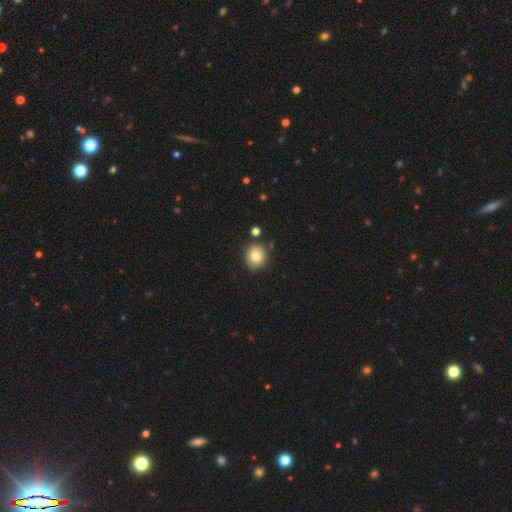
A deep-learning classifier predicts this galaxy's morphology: Smooth or featured?
  - smooth: 82% *
  - star or artifact: 10%
  - featured or disk: 8%
How rounded?
  - round: 71% *
  - in between: 28%
  - cigar-shaped: 1%
Merging?
  - none: 81% *
  - minor disturbance: 11%
  - merger: 5%
  - major disturbance: 2%